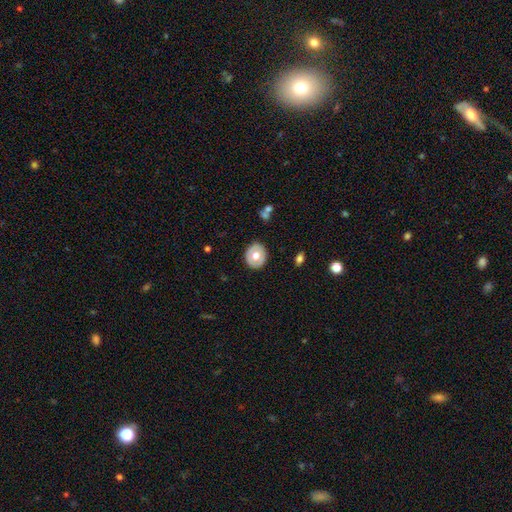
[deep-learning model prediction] A smooth galaxy with no disk features (57%) that is round (67%).

Vote fractions:
- Smooth or featured? smooth: 57% / featured or disk: 37% / star or artifact: 6%
- How rounded? round: 67% / in between: 32% / cigar-shaped: 1%
- Merging? none: 87% / minor disturbance: 9% / major disturbance: 2% / merger: 1%